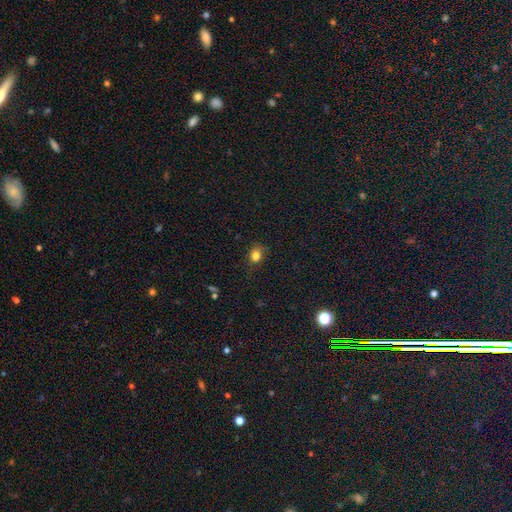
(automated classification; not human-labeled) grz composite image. It shows a smooth galaxy with no disk features (81%) that is round (61%). Merging: none (76%).